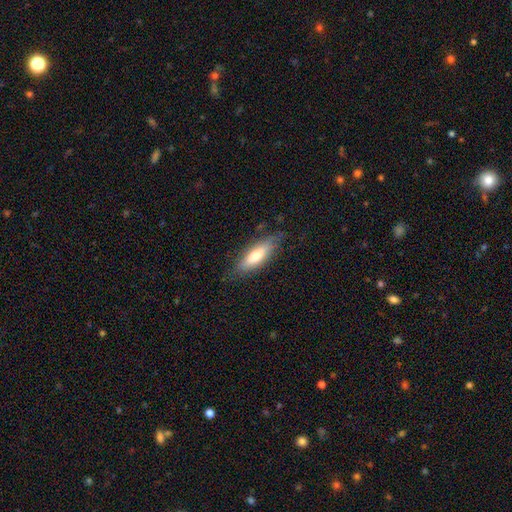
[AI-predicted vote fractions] smooth-or-featured: smooth: 66% | featured or disk: 28% | star or artifact: 6%
  how-rounded: in between: 52% | cigar-shaped: 46% | round: 2%
  merging: none: 75% | minor disturbance: 19% | major disturbance: 5% | merger: 1%